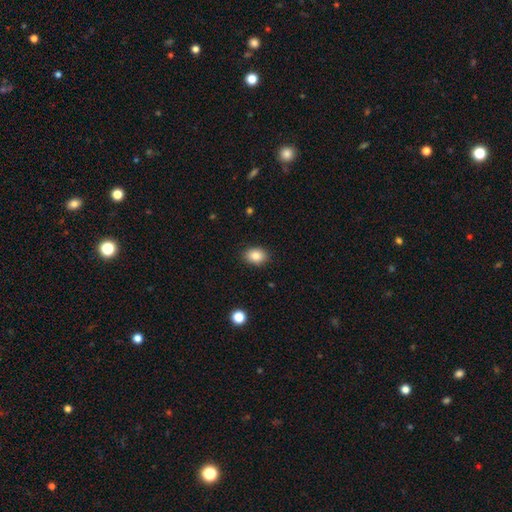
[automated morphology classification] A smooth galaxy with no disk features (85%) that is in between round and cigar-shaped (65%).

Vote fractions:
- Smooth or featured? smooth: 85% / star or artifact: 9% / featured or disk: 6%
- How rounded? in between: 65% / round: 34% / cigar-shaped: 1%
- Merging? none: 88% / minor disturbance: 9% / major disturbance: 2% / merger: 1%